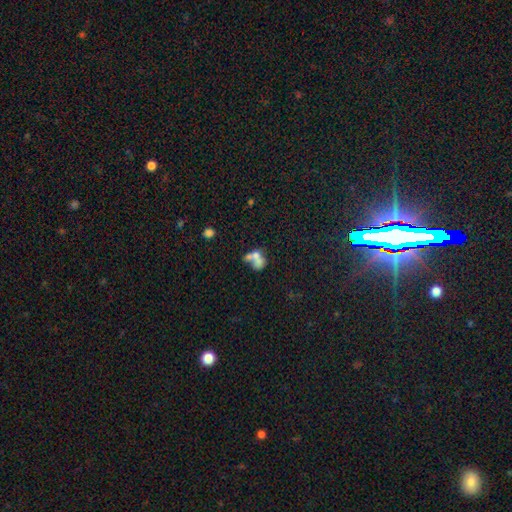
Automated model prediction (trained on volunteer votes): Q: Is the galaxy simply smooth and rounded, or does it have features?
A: smooth — 61%.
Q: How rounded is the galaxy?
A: in between — 59%.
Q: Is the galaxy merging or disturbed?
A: merger — 63%.